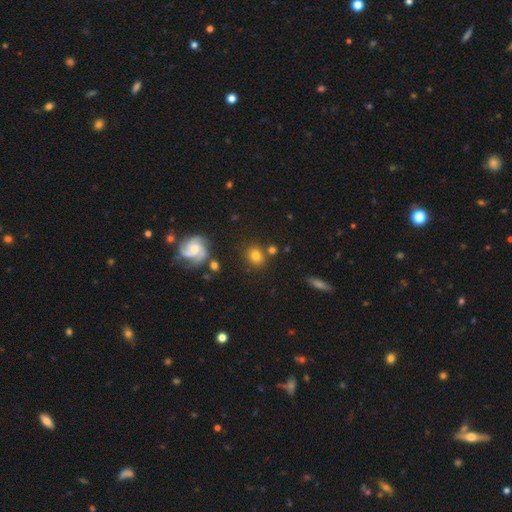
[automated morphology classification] A smooth galaxy with no disk features (72%) that is round (78%).

Vote fractions:
- Smooth or featured? smooth: 72% / featured or disk: 18% / star or artifact: 10%
- How rounded? round: 78% / in between: 21% / cigar-shaped: 1%
- Merging? none: 79% / minor disturbance: 11% / merger: 7% / major disturbance: 4%